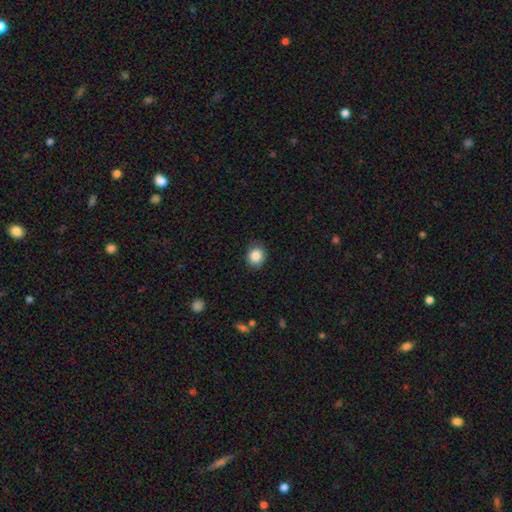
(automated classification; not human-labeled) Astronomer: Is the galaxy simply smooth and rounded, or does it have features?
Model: smooth — 86%.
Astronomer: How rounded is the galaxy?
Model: round — 70%.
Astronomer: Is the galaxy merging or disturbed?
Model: none — 85%.